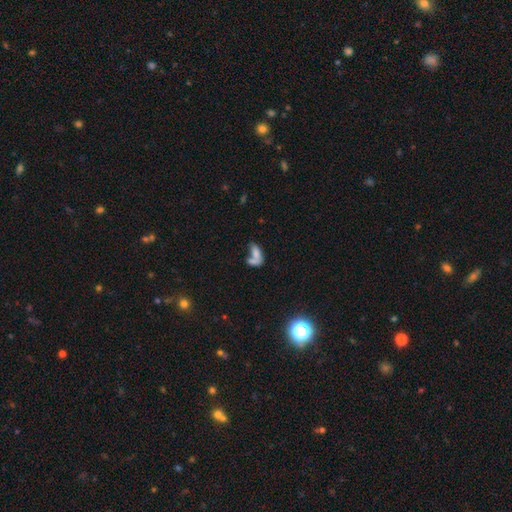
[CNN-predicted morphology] Smooth or featured? Predicted: smooth (p=0.67). How rounded? Predicted: in between (p=0.79). Merging? Predicted: merger (p=0.57).